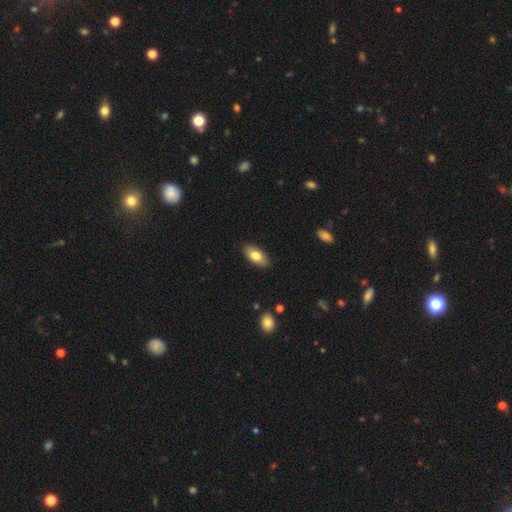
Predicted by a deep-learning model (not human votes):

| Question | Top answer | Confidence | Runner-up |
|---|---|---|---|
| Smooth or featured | smooth | 77% | featured or disk (16%) |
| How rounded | in between | 90% | cigar-shaped (6%) |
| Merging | none | 87% | minor disturbance (10%) |